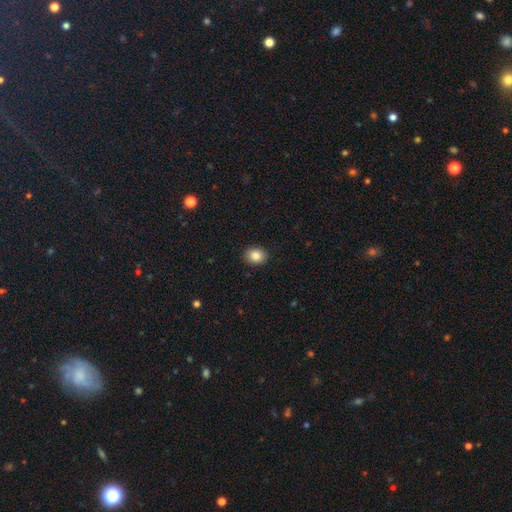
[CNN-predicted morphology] Q: Smooth or featured?
A: smooth (85%); runner-up: star or artifact (9%)
Q: How rounded?
A: round (53%); runner-up: in between (46%)
Q: Merging?
A: none (90%); runner-up: minor disturbance (7%)